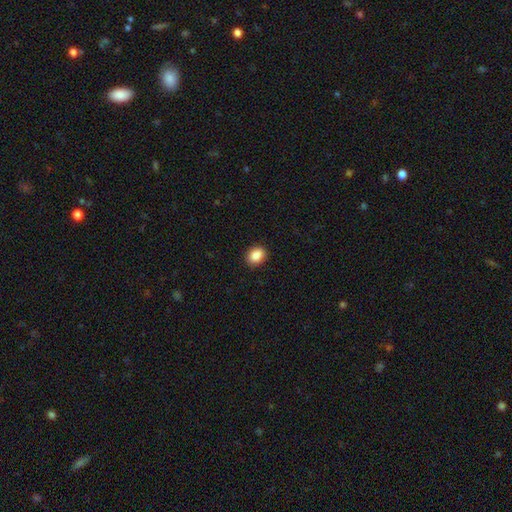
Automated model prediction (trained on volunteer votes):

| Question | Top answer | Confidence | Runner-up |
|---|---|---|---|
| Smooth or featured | smooth | 88% | star or artifact (8%) |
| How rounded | in between | 55% | round (44%) |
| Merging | none | 90% | minor disturbance (7%) |